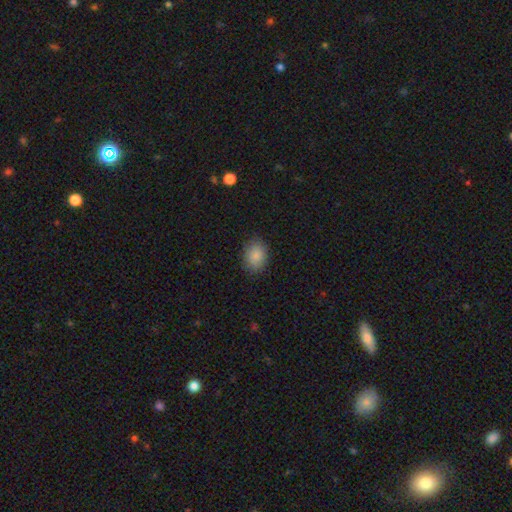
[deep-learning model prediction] Smooth or featured: smooth — 87% (star or artifact — 7%)
How rounded: in between — 76% (round — 23%)
Merging: none — 85% (minor disturbance — 11%)